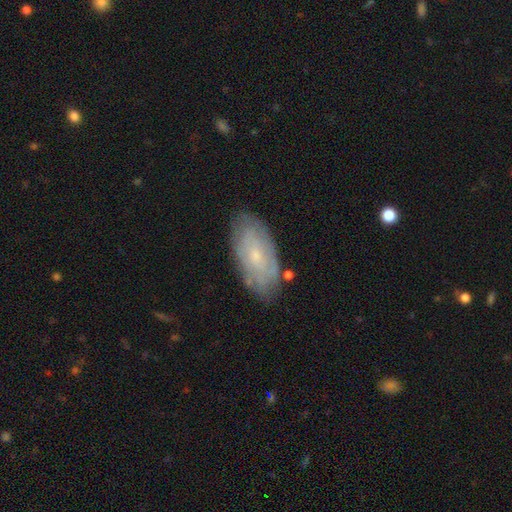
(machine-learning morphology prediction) smooth-or-featured: featured or disk: 57% | smooth: 36% | star or artifact: 8%
  disk-edge-on: no: 90% | yes: 10%
    bar: no: 75% | weak: 21% | strong: 4%
    has-spiral-arms: yes: 68% | no: 32%
    bulge-size: small: 71% | moderate: 23% | none: 3% | large: 1% | dominant: 1%
  merging: none: 78% | minor disturbance: 16% | major disturbance: 4% | merger: 2%